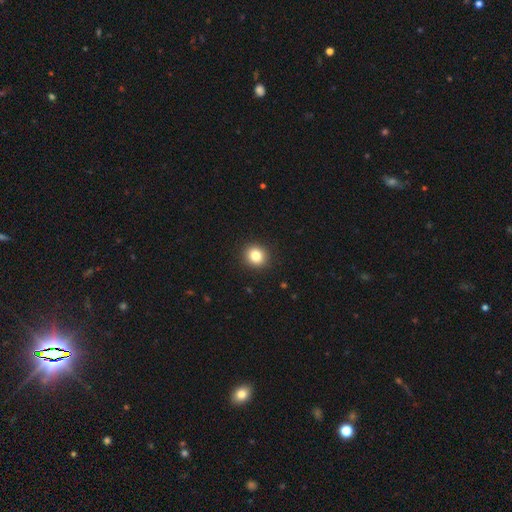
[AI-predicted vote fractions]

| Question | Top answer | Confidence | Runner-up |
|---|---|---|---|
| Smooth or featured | smooth | 83% | star or artifact (11%) |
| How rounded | round | 85% | in between (15%) |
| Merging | none | 92% | minor disturbance (5%) |